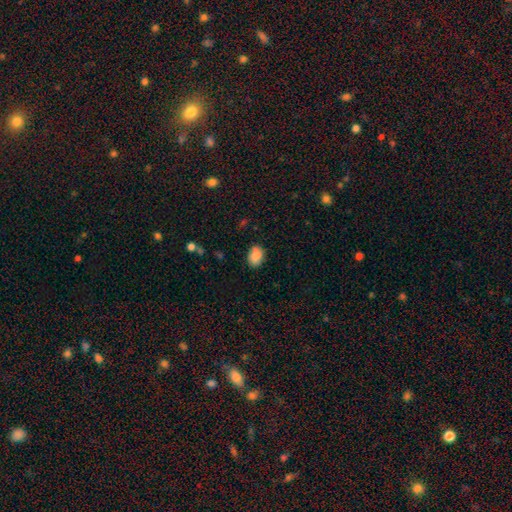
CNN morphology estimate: Q: Smooth or featured?
A: smooth (87%); runner-up: star or artifact (7%)
Q: How rounded?
A: in between (78%); runner-up: round (21%)
Q: Merging?
A: none (83%); runner-up: minor disturbance (13%)